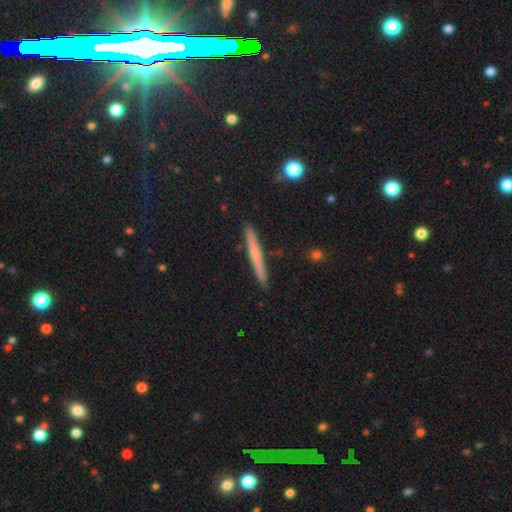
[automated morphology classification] smooth_or_featured: smooth (p=0.48) [alt: featured or disk p=0.46]
merging: none (p=0.90) [alt: minor disturbance p=0.07]